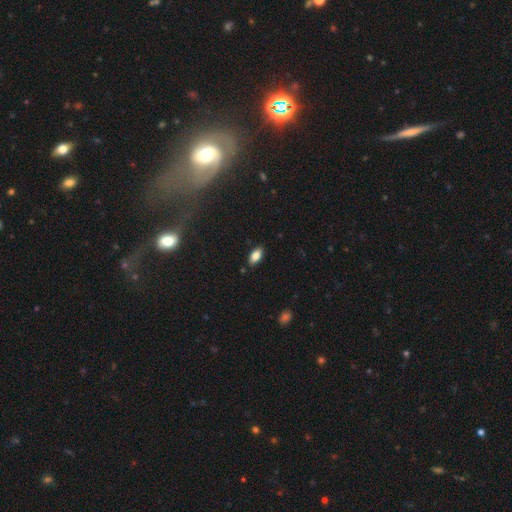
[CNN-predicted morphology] Q: Smooth or featured?
A: smooth (82%); runner-up: featured or disk (10%)
Q: How rounded?
A: in between (90%); runner-up: cigar-shaped (7%)
Q: Merging?
A: none (86%); runner-up: minor disturbance (10%)